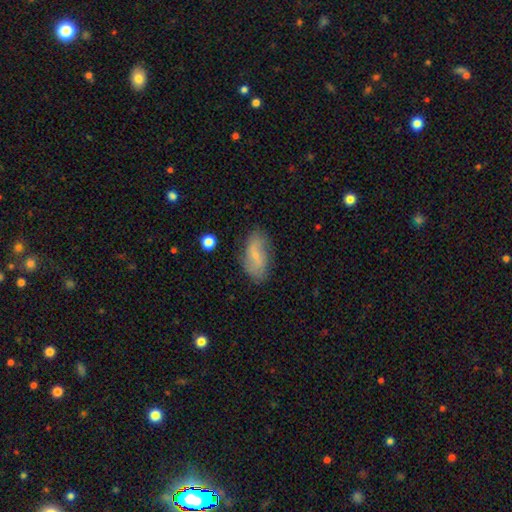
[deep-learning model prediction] Q: Smooth or featured?
A: smooth (49%); runner-up: featured or disk (43%)
Q: Merging?
A: none (75%); runner-up: minor disturbance (18%)